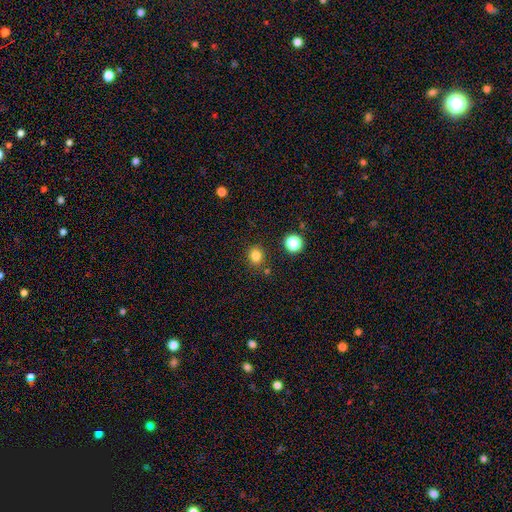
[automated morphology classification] Smooth or featured? smooth (81%)
How rounded? round (76%)
Merging? none (83%)